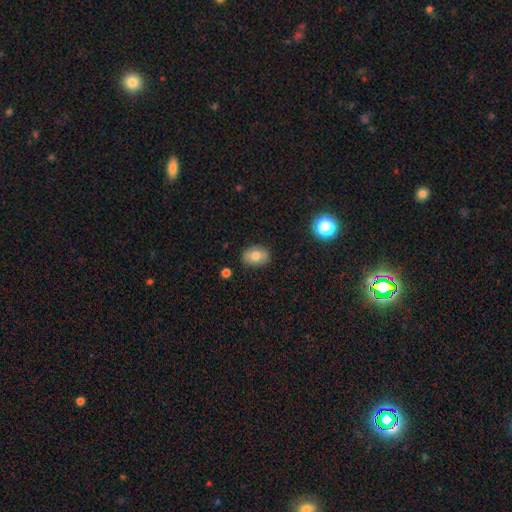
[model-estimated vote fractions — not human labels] Overall: smooth (77%). How rounded: in between (77%). Merging: none (83%).